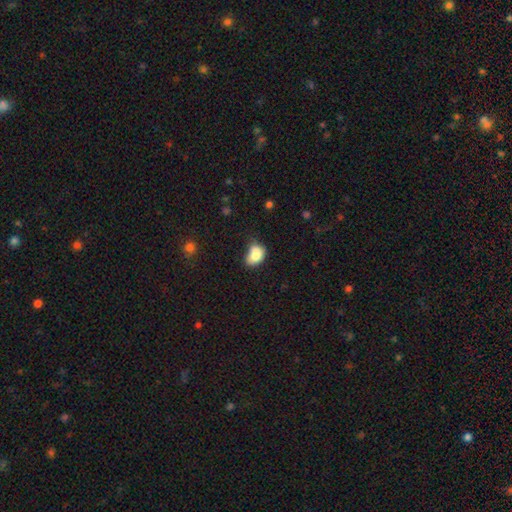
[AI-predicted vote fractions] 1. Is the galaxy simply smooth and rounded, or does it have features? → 79% smooth, 11% featured or disk, 10% star or artifact.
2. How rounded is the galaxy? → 73% in between, 26% round, 1% cigar-shaped.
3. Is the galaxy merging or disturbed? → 36% none, 33% minor disturbance, 19% merger, 12% major disturbance.